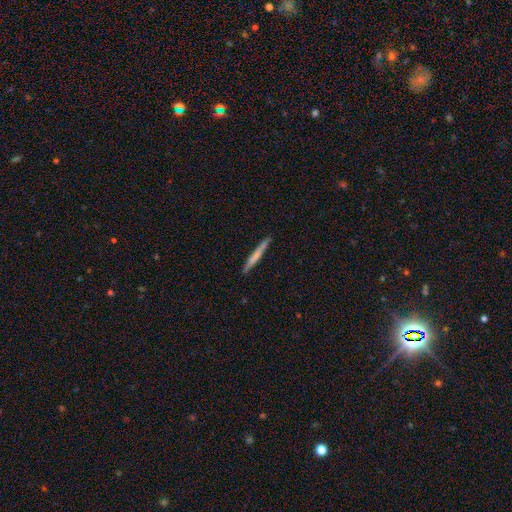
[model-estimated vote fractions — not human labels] smooth-or-featured: smooth: 61% | featured or disk: 33% | star or artifact: 5%
  how-rounded: cigar-shaped: 97% | in between: 2% | round: 1%
  merging: none: 90% | minor disturbance: 7% | major disturbance: 1% | merger: 1%